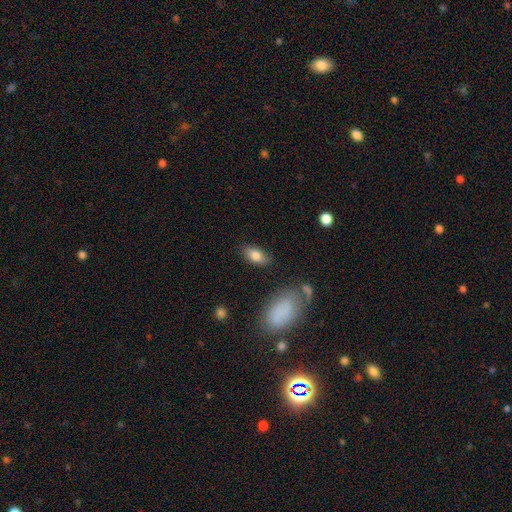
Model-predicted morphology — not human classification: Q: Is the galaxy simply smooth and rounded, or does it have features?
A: smooth — 81%.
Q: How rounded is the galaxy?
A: in between — 90%.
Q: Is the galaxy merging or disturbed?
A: none — 81%.